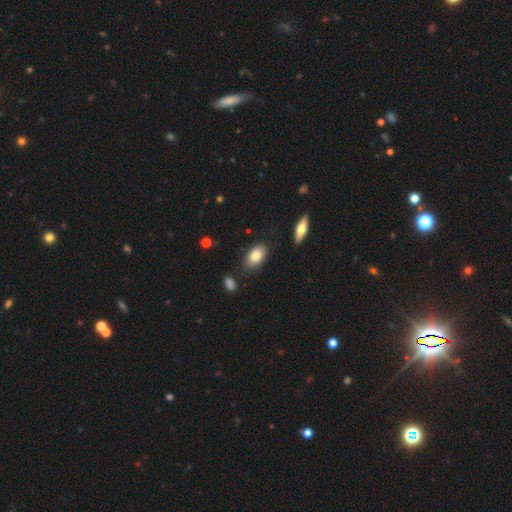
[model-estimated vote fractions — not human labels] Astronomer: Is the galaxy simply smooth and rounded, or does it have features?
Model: smooth — 80%.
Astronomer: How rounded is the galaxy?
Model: in between — 91%.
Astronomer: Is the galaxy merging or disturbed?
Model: none — 81%.